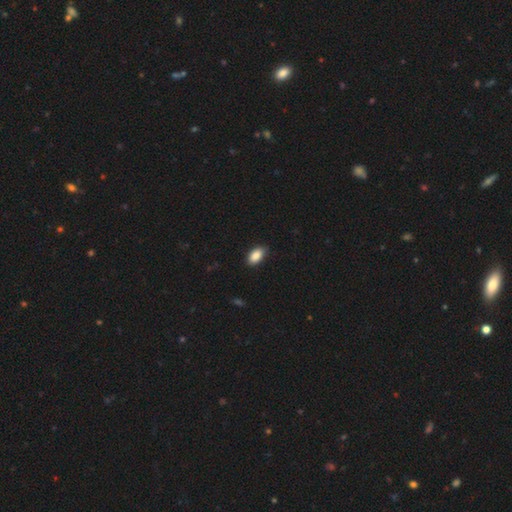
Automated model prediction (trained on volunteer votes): Smooth or featured?
  - smooth: 89% *
  - star or artifact: 7%
  - featured or disk: 4%
How rounded?
  - in between: 93% *
  - round: 4%
  - cigar-shaped: 3%
Merging?
  - none: 87% *
  - minor disturbance: 10%
  - major disturbance: 2%
  - merger: 1%